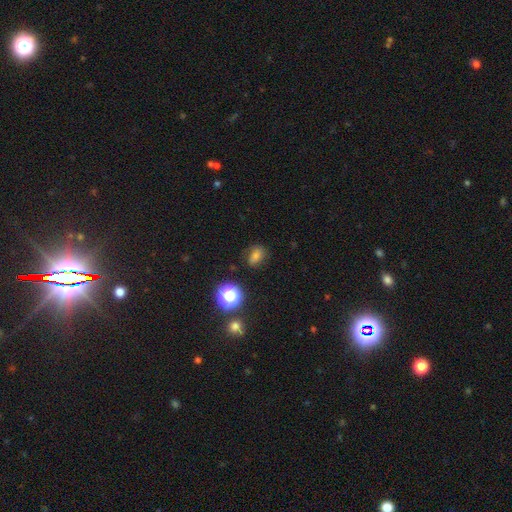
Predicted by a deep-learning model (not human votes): Smooth or featured? Predicted: smooth (p=0.67). How rounded? Predicted: in between (p=0.64). Merging? Predicted: none (p=0.72).